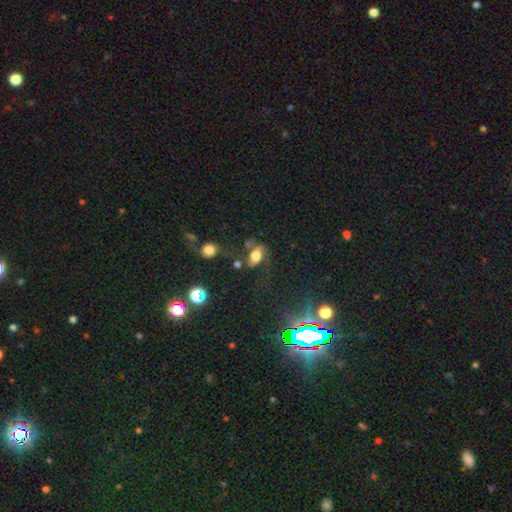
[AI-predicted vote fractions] Smooth or featured? Predicted: smooth (p=0.46). Merging? Predicted: none (p=0.42).